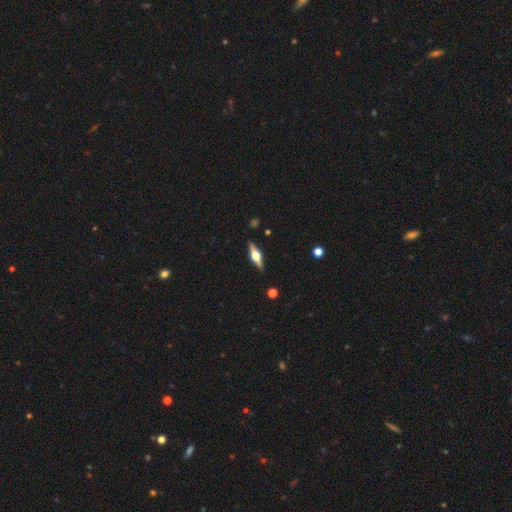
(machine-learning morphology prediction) featured or disk 71%, smooth 24%, star or artifact 6%. Down the decision tree: edge-on disk — yes (97%); edge-on bulge — rounded (94%); merging — none (90%).